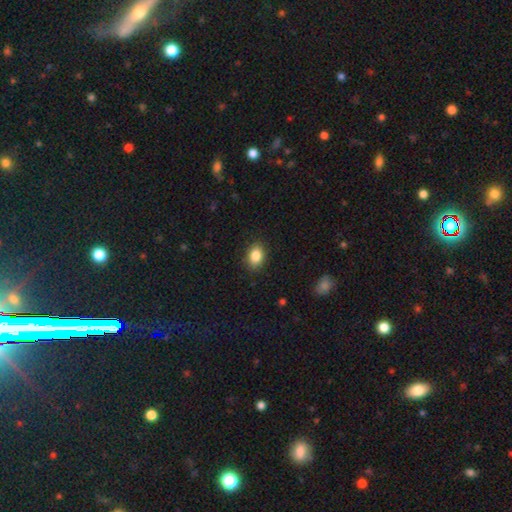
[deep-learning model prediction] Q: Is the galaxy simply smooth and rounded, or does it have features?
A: smooth — 86%.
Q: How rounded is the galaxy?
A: in between — 75%.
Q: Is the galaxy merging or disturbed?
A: none — 87%.